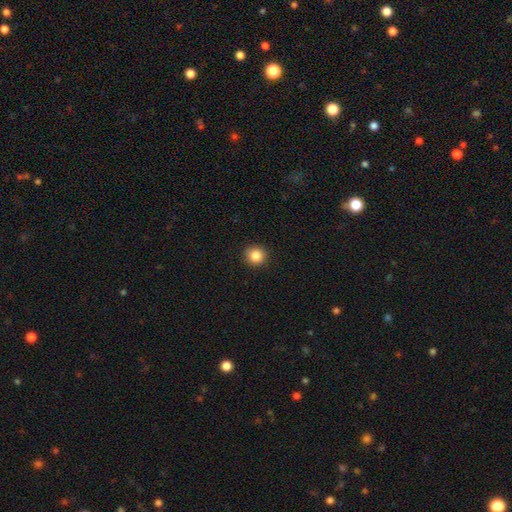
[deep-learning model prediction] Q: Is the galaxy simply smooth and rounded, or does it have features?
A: smooth — 86%.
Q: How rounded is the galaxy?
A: round — 91%.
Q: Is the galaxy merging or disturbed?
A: none — 92%.